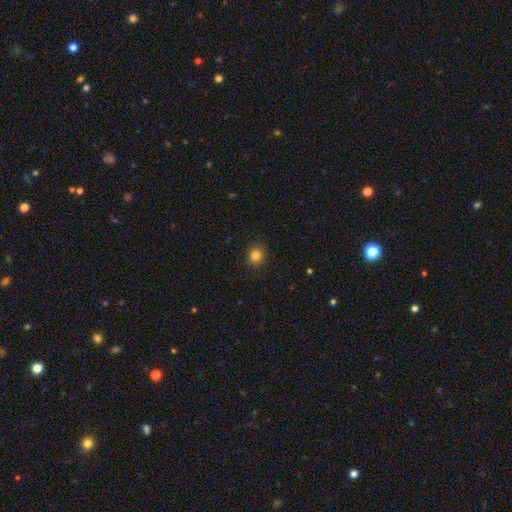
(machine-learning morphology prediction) This appears to be a smooth galaxy with no disk features (83%) that is round (83%). Merging: none (90%).